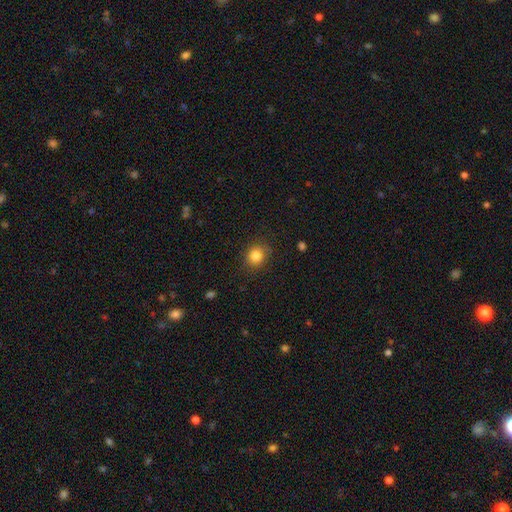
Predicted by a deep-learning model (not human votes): Q: Smooth or featured?
A: smooth (84%); runner-up: star or artifact (11%)
Q: How rounded?
A: round (81%); runner-up: in between (18%)
Q: Merging?
A: none (84%); runner-up: minor disturbance (11%)